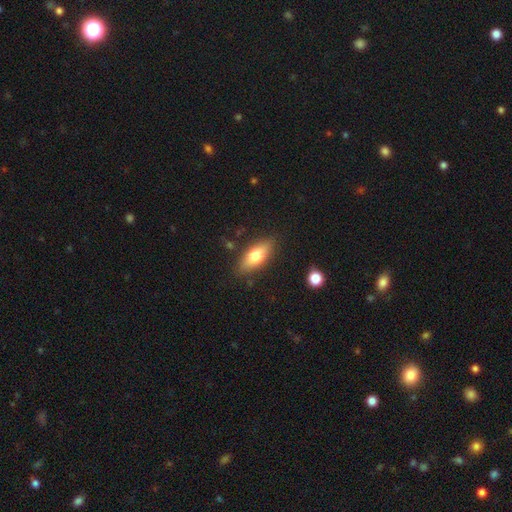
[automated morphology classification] Smooth or featured? smooth (72%)
How rounded? in between (77%)
Merging? none (83%)